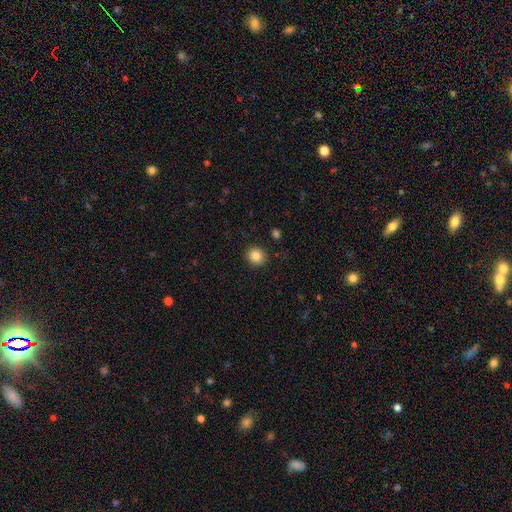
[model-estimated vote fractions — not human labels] smooth 86%, star or artifact 10%, featured or disk 4%. Down the decision tree: how rounded — round (83%); merging — none (90%).